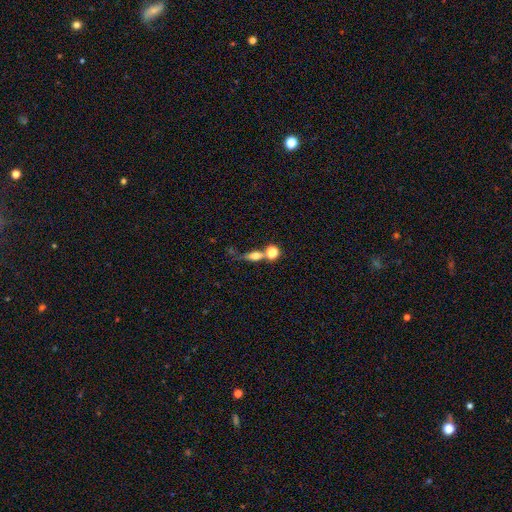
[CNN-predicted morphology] Smooth or featured?
  - smooth: 69% *
  - featured or disk: 18%
  - star or artifact: 13%
How rounded?
  - in between: 49% *
  - round: 34%
  - cigar-shaped: 17%
Merging?
  - merger: 41% *
  - none: 36%
  - minor disturbance: 12%
  - major disturbance: 11%